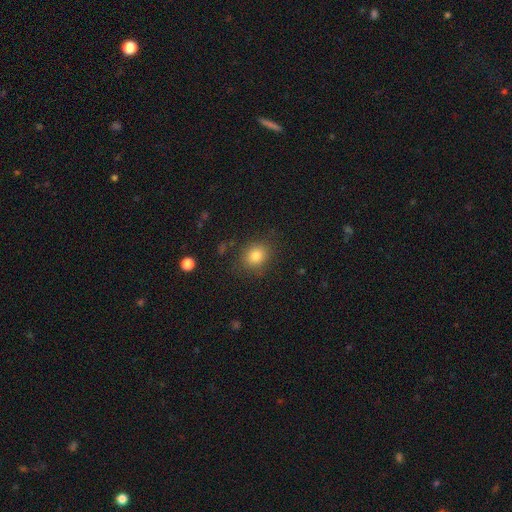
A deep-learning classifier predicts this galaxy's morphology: A smooth galaxy with no disk features (83%) that is round (62%).

Vote fractions:
- Smooth or featured? smooth: 83% / star or artifact: 11% / featured or disk: 6%
- How rounded? round: 62% / in between: 37% / cigar-shaped: 1%
- Merging? none: 82% / minor disturbance: 12% / major disturbance: 4% / merger: 2%